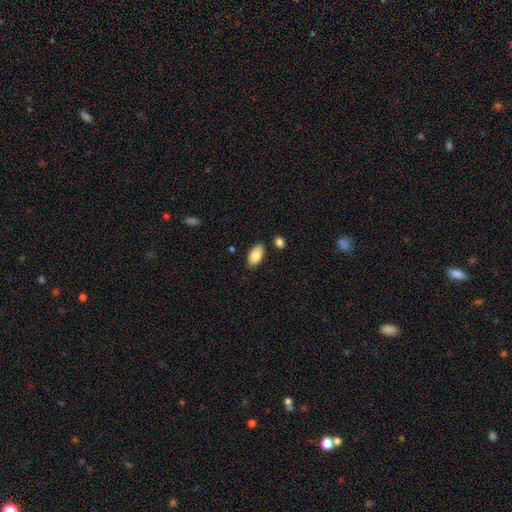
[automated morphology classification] Smooth or featured: smooth — 83% (featured or disk — 10%)
How rounded: in between — 94% (cigar-shaped — 3%)
Merging: none — 85% (minor disturbance — 10%)